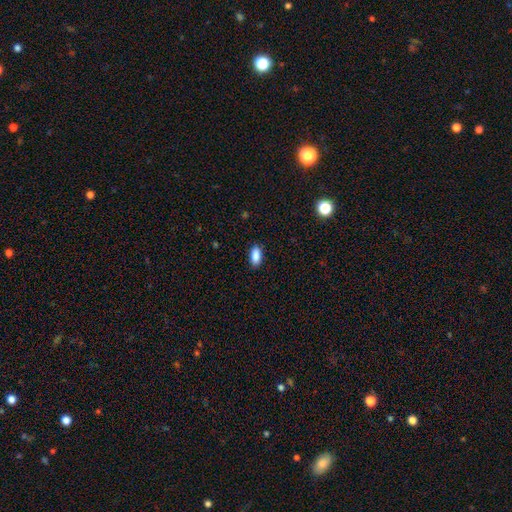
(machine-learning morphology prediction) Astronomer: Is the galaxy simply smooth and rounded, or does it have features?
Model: smooth — 89%.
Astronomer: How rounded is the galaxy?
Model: in between — 90%.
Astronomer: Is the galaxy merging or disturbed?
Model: none — 88%.